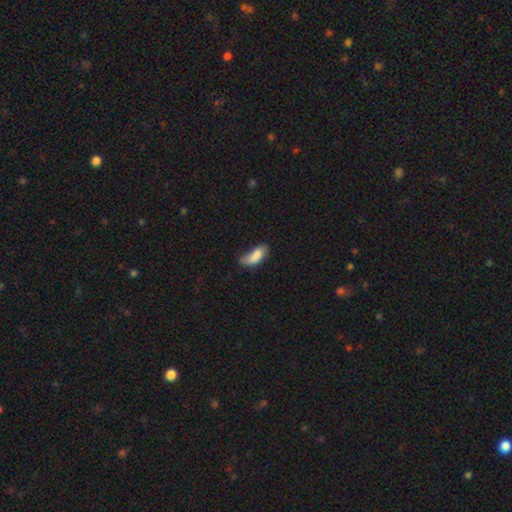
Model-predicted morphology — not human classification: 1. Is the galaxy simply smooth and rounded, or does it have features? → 79% smooth, 13% featured or disk, 8% star or artifact.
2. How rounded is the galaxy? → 83% in between, 15% cigar-shaped, 3% round.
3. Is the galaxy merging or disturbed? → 38% minor disturbance, 37% none, 17% major disturbance, 7% merger.